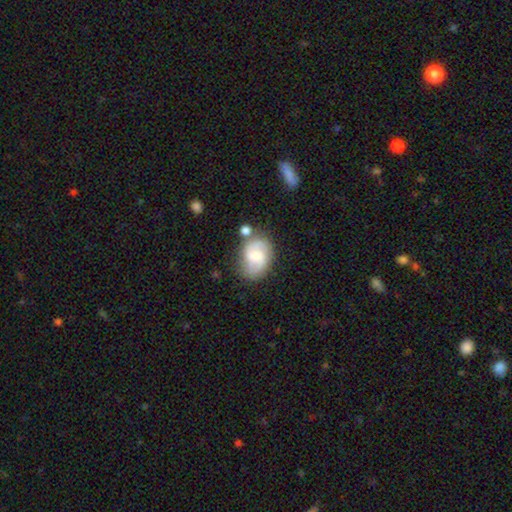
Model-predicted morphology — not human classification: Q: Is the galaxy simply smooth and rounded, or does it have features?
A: featured or disk — 69%.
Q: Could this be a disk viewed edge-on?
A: no — 98%.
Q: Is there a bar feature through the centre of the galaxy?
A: weak — 50%.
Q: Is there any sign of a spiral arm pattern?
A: yes — 93%.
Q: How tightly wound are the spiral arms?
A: medium — 52%.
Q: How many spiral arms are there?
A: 2 — 86%.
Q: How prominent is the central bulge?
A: moderate — 44%.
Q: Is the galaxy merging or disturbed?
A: none — 63%.